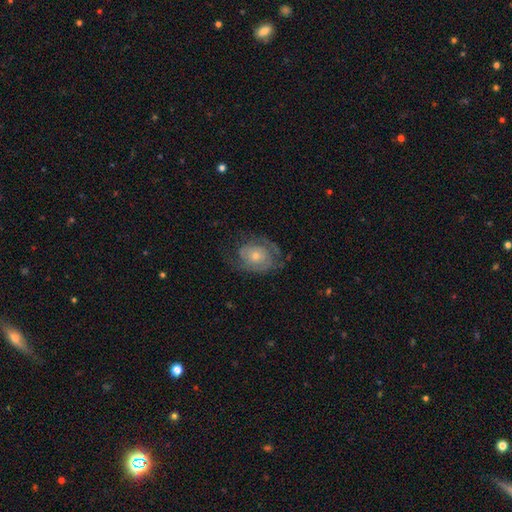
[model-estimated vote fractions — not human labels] The model was most divided on "spiral arm count": 2: 42%, can't tell: 36%, 3: 8%, 1: 6%, 4: 3%, more than 4: 3%. More confident: edge-on disk — no (96%); bar — no (81%); spiral arms — yes (77%); smooth or featured — featured or disk (69%); merging — none (64%); bulge size — small (54%); spiral winding — tight (54%).